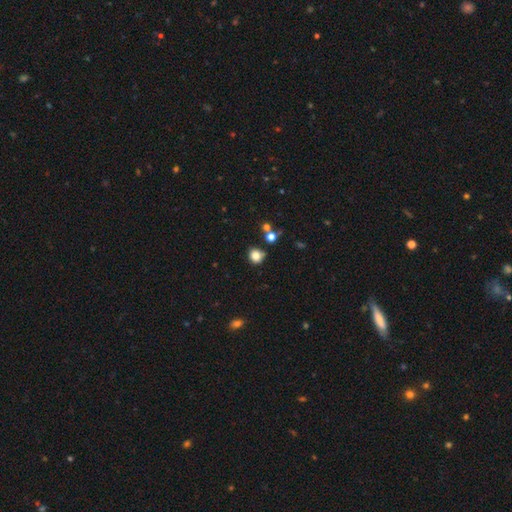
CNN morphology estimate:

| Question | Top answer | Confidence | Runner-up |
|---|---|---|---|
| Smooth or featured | smooth | 82% | star or artifact (13%) |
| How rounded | round | 85% | in between (14%) |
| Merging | none | 76% | minor disturbance (13%) |